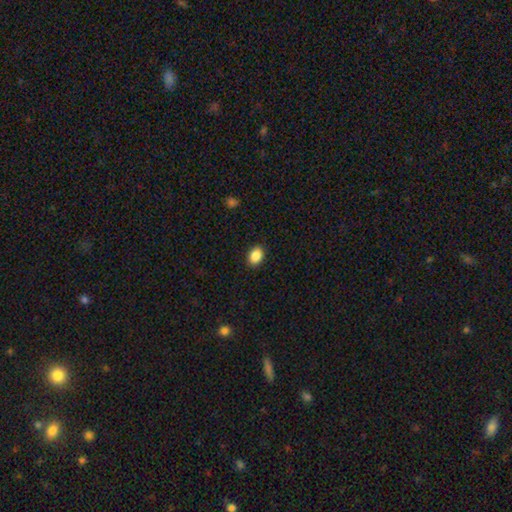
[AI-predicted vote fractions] Morphology: type=smooth (88%); roundness=in between (77%); merging=none (89%).